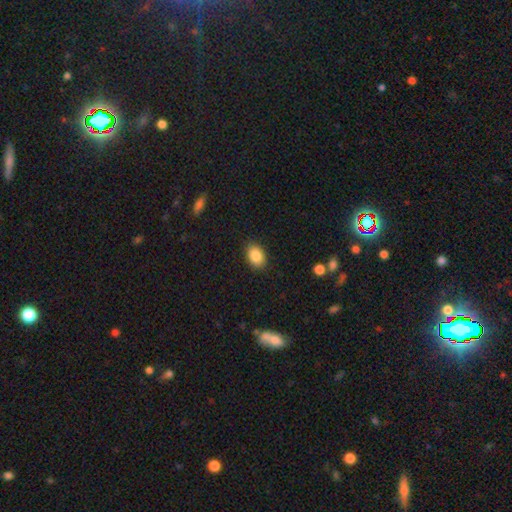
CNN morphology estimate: smooth-or-featured: smooth: 86% | star or artifact: 8% | featured or disk: 6%
  how-rounded: in between: 81% | round: 18% | cigar-shaped: 1%
  merging: none: 87% | minor disturbance: 9% | major disturbance: 2% | merger: 1%